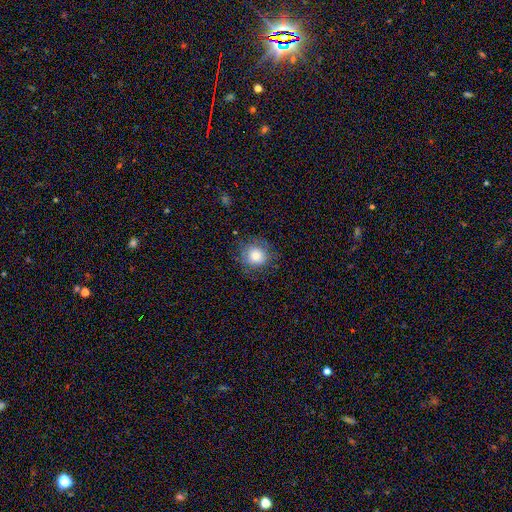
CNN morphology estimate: Q: Smooth or featured?
A: smooth (76%); runner-up: featured or disk (14%)
Q: How rounded?
A: round (89%); runner-up: in between (10%)
Q: Merging?
A: none (74%); runner-up: minor disturbance (17%)